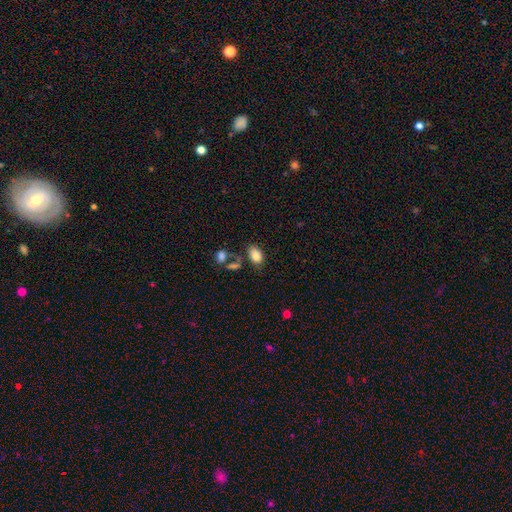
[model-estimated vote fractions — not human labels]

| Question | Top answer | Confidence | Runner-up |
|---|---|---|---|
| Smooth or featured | smooth | 84% | star or artifact (9%) |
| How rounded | in between | 89% | round (10%) |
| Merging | none | 60% | minor disturbance (18%) |